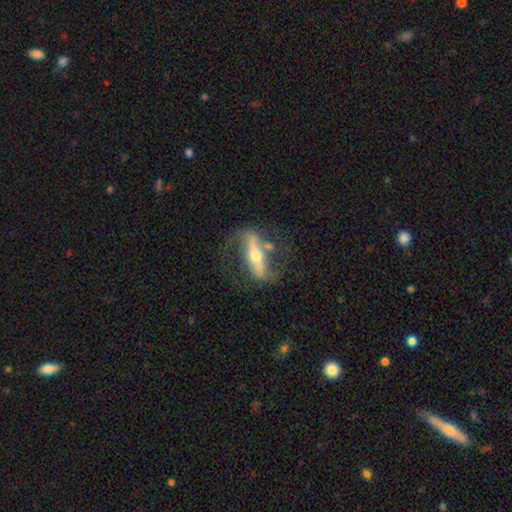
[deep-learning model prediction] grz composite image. It shows a featured or disk galaxy (77%). Merging: none (61%).